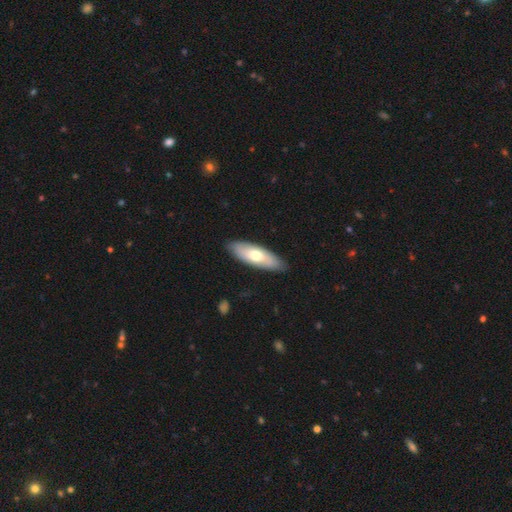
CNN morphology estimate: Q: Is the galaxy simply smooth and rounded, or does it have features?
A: smooth — 61%.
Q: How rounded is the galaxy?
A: in between — 65%.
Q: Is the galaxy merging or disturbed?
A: none — 87%.